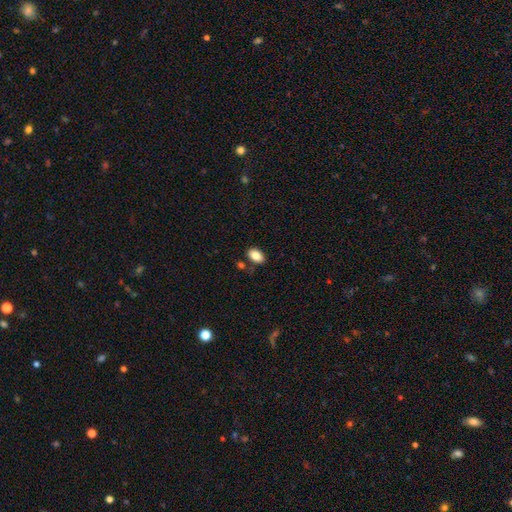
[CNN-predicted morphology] The model was most divided on "merging": none: 81%, minor disturbance: 11%, merger: 5%, major disturbance: 3%. More confident: how rounded — in between (90%); smooth or featured — smooth (85%).